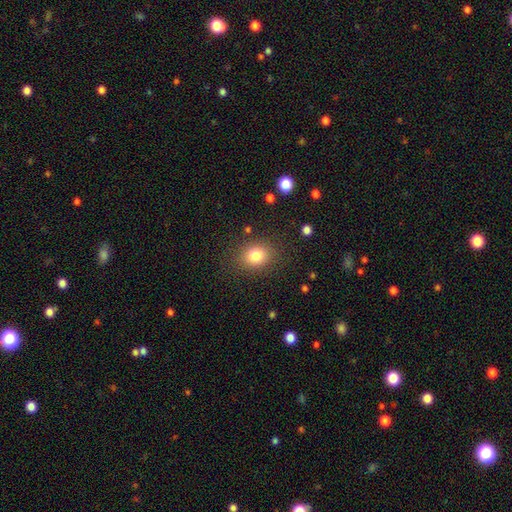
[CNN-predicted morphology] Smooth or featured? Predicted: smooth (p=0.81). How rounded? Predicted: round (p=0.56). Merging? Predicted: none (p=0.84).